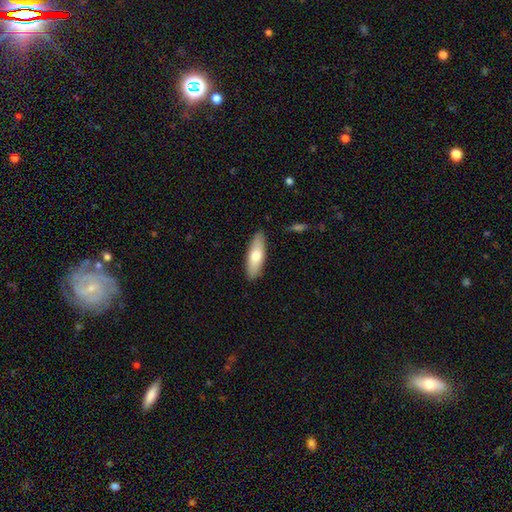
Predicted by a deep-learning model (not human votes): This appears to be a smooth galaxy with no disk features (69%) that is in between round and cigar-shaped (57%). Merging: none (88%).